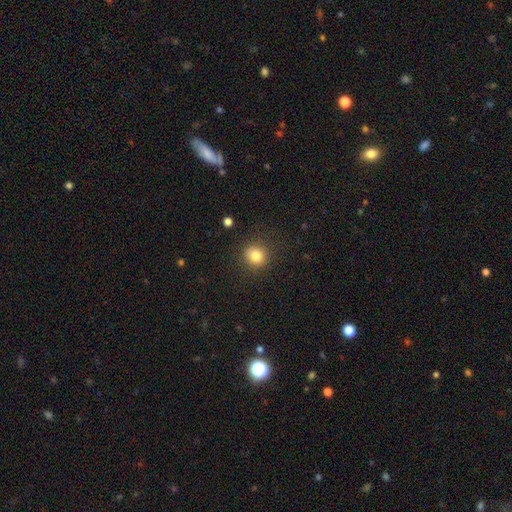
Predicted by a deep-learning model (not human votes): Smooth or featured?
  - smooth: 82% *
  - star or artifact: 11%
  - featured or disk: 7%
How rounded?
  - round: 89% *
  - in between: 10%
  - cigar-shaped: 1%
Merging?
  - none: 86% *
  - minor disturbance: 9%
  - major disturbance: 3%
  - merger: 1%